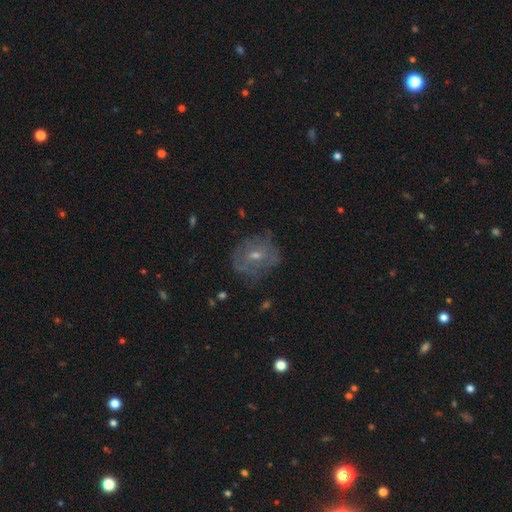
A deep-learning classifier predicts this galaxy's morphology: Overall: featured or disk (53%; smooth 36%). Edge-on disk: no (96%). Bar: no (61%; weak 33%). Spiral arms: no (52%; yes 48%). Bulge size: small (52%; moderate 43%). Merging: none (63%).